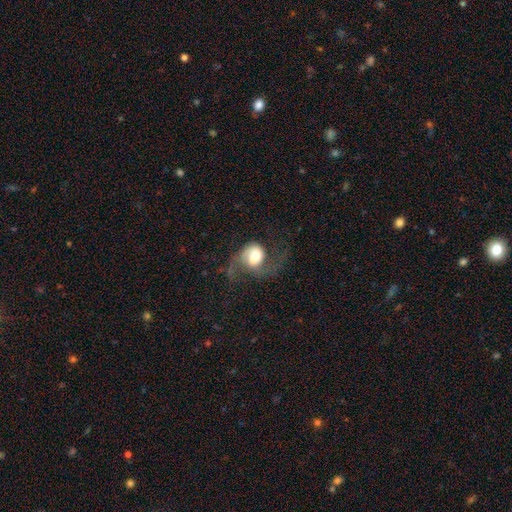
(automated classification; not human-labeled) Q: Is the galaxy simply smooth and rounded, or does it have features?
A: featured or disk — 64%.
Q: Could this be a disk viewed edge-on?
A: no — 97%.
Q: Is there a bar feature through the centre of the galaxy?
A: no — 57%.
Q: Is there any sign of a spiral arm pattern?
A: yes — 89%.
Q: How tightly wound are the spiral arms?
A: loose — 63%.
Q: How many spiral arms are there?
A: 2 — 72%.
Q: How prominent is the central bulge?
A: moderate — 49%.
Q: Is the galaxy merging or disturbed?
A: none — 40%.